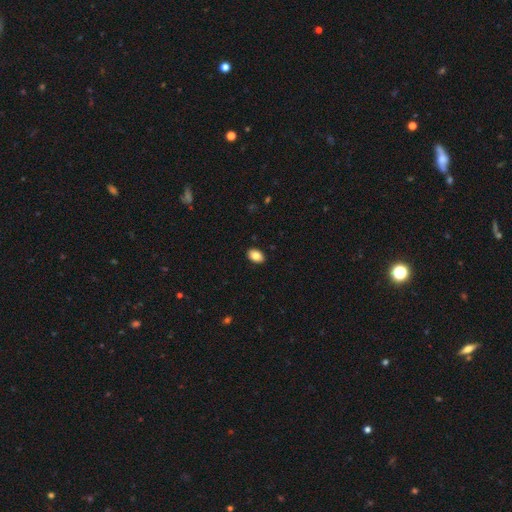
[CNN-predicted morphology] smooth 85%, star or artifact 8%, featured or disk 7%. Down the decision tree: how rounded — in between (85%); merging — none (90%).